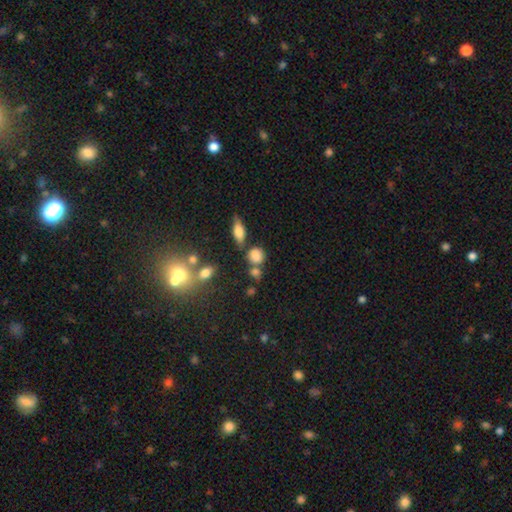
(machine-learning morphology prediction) Smooth or featured?
  - smooth: 78% *
  - star or artifact: 13%
  - featured or disk: 9%
How rounded?
  - round: 77% *
  - in between: 20%
  - cigar-shaped: 3%
Merging?
  - none: 59% *
  - merger: 21%
  - minor disturbance: 14%
  - major disturbance: 6%